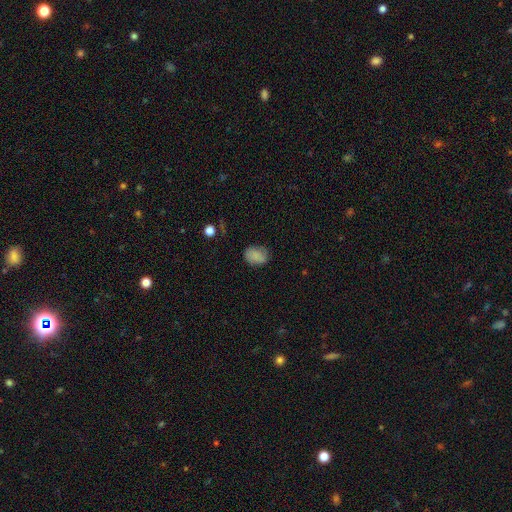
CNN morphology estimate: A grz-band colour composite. It shows a smooth galaxy with no disk features (81%) that is in between round and cigar-shaped (65%). Merging: none (73%).